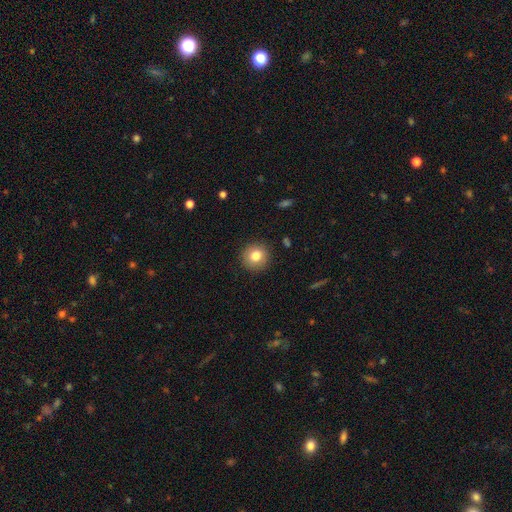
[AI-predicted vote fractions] Overall: smooth (81%). How rounded: round (92%). Merging: none (91%).